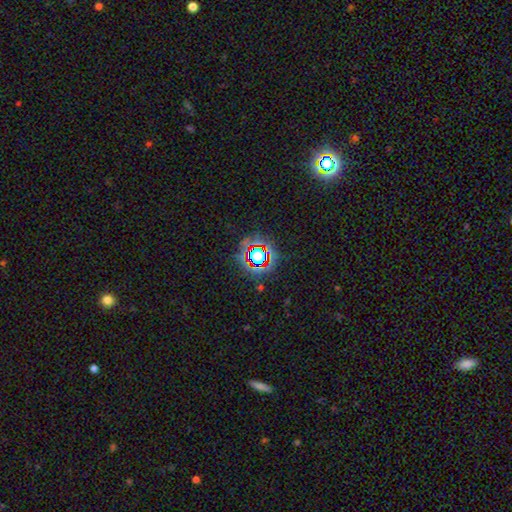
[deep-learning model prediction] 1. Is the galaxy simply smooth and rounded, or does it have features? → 76% star or artifact, 15% smooth, 9% featured or disk.